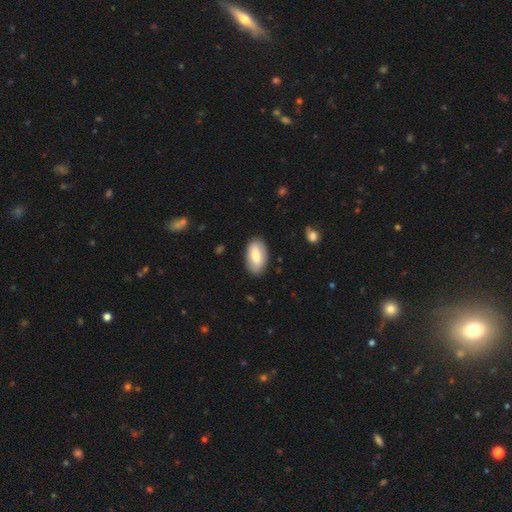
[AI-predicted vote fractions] The model was most divided on "smooth or featured": smooth: 73%, featured or disk: 21%, star or artifact: 6%. More confident: how rounded — in between (93%); merging — none (85%).